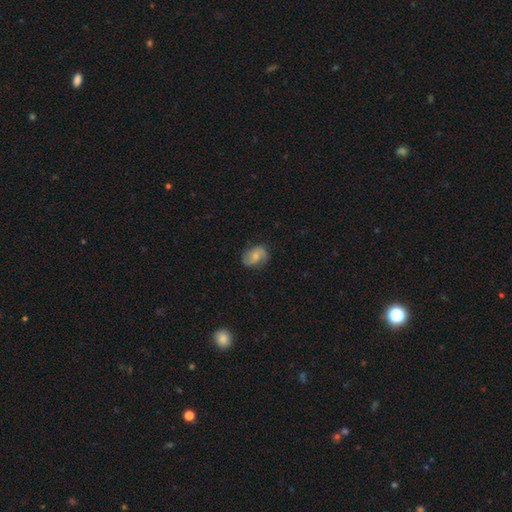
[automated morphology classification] Smooth or featured? featured or disk (51%)
Edge-on disk? no (97%)
Merging? none (75%)